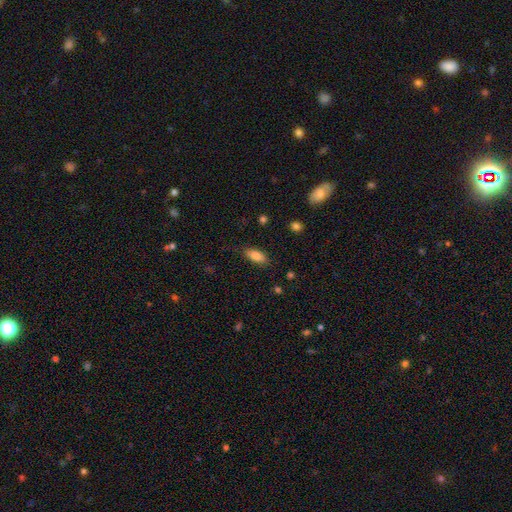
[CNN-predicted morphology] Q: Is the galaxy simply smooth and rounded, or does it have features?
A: smooth — 82%.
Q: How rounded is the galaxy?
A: in between — 85%.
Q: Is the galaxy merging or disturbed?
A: none — 82%.